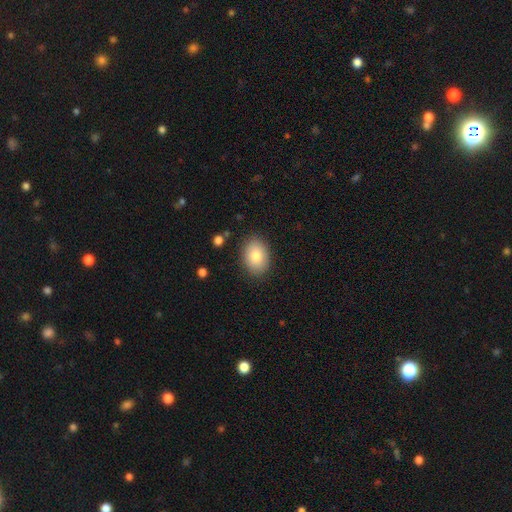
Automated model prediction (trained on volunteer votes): A smooth galaxy with no disk features (82%) that is in between round and cigar-shaped (76%). Merging: none (87%).